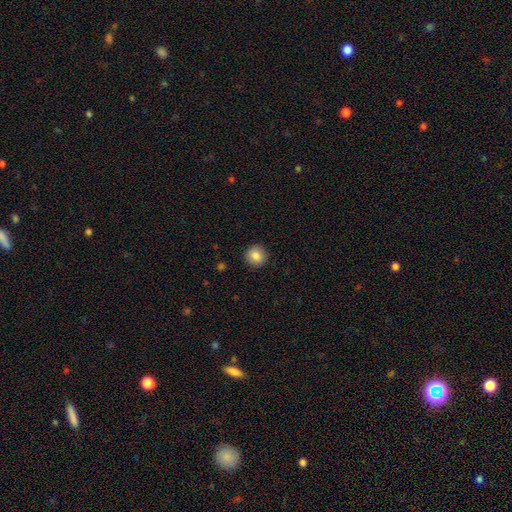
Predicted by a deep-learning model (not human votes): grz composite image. It shows a smooth galaxy with no disk features (85%) that is round (92%). Merging: none (91%).